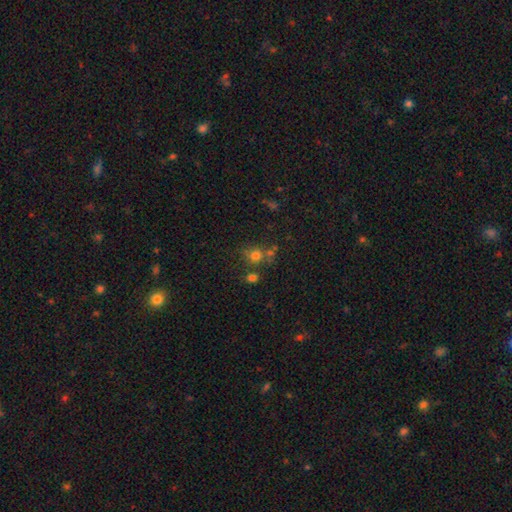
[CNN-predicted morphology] smooth 70%, star or artifact 19%, featured or disk 11%. Down the decision tree: how rounded — round (82%); merging — none (61%).